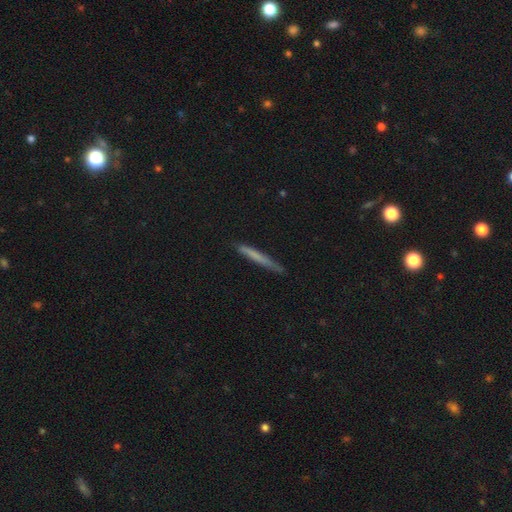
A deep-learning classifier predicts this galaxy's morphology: smooth_or_featured: smooth (p=0.63) [alt: featured or disk p=0.31]
how_rounded: cigar-shaped (p=0.97) [alt: in between p=0.02]
merging: none (p=0.82) [alt: minor disturbance p=0.14]